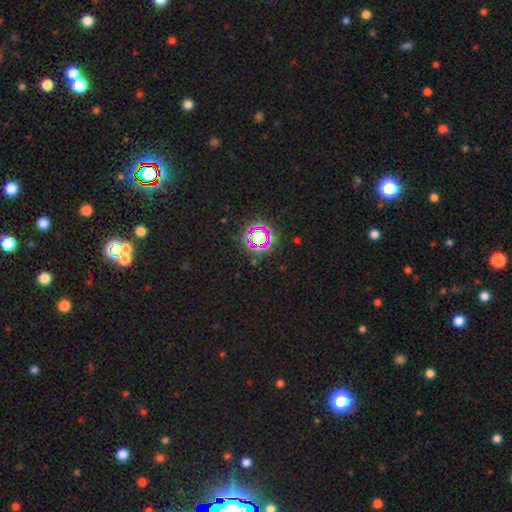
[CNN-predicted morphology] Smooth or featured?
  - star or artifact: 76% *
  - smooth: 16%
  - featured or disk: 8%